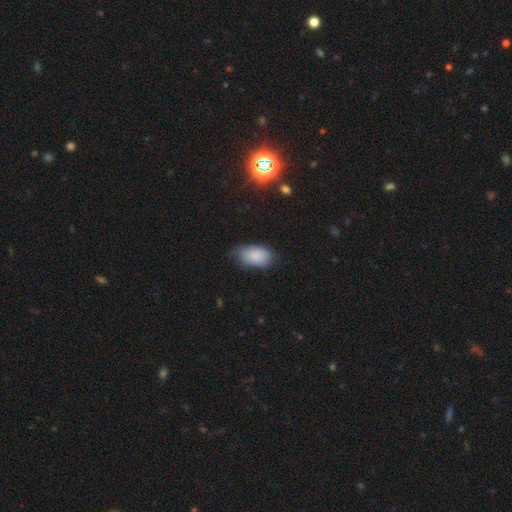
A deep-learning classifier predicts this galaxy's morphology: type=smooth (85%); roundness=in between (93%); merging=none (62%).